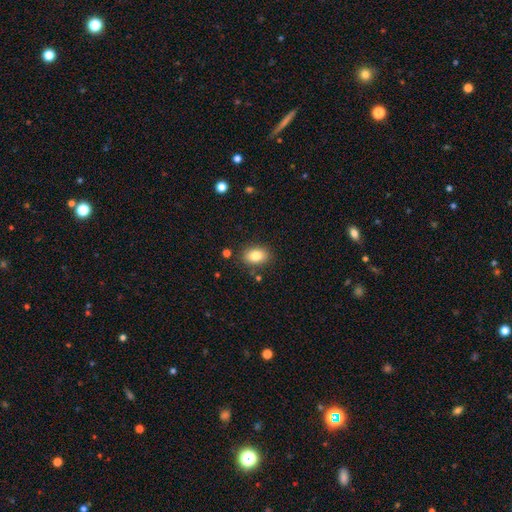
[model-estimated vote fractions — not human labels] Overall: smooth (82%). How rounded: in between (79%). Merging: none (84%).